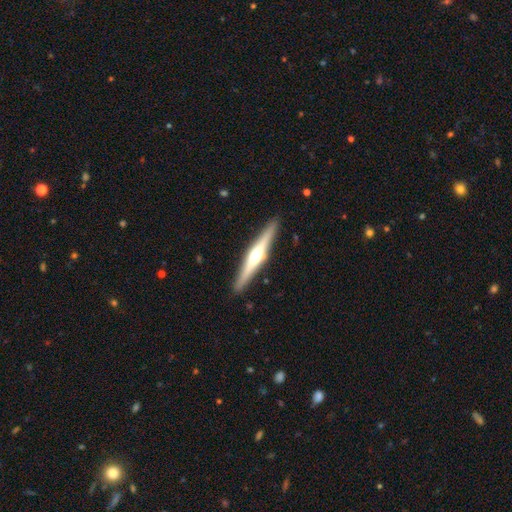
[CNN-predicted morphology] smooth_or_featured: featured or disk (p=0.70) [alt: smooth p=0.25]
disk_edge_on: yes (p=0.98) [alt: no p=0.02]
edge_on_bulge: rounded (p=0.90) [alt: boxy p=0.05]
merging: none (p=0.90) [alt: minor disturbance p=0.07]